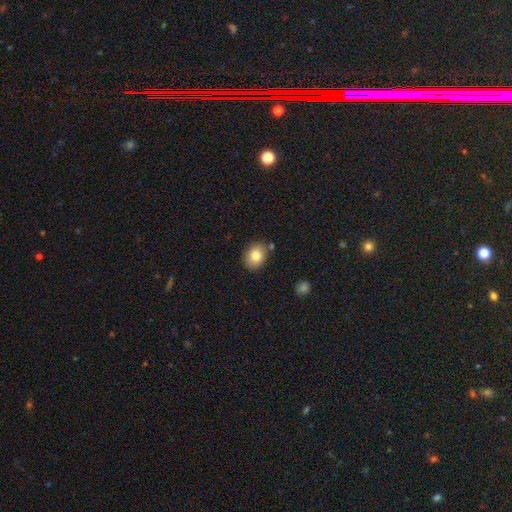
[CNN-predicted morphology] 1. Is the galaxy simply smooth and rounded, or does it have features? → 82% smooth, 9% featured or disk, 9% star or artifact.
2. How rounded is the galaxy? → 54% in between, 45% round, 1% cigar-shaped.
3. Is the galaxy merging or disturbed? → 80% none, 13% minor disturbance, 5% merger, 3% major disturbance.